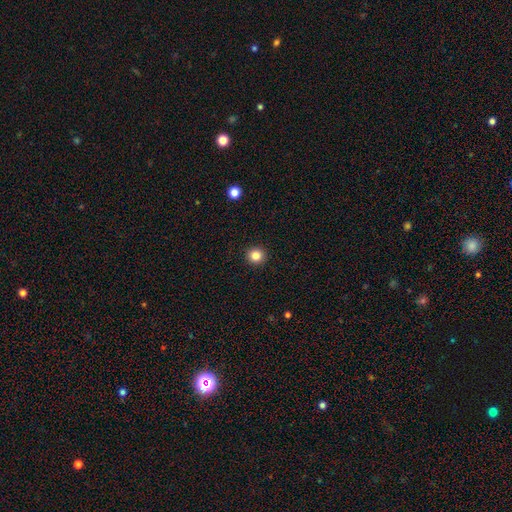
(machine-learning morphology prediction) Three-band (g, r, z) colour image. It shows a smooth galaxy with no disk features (84%) that is round (93%). Merging: none (93%).